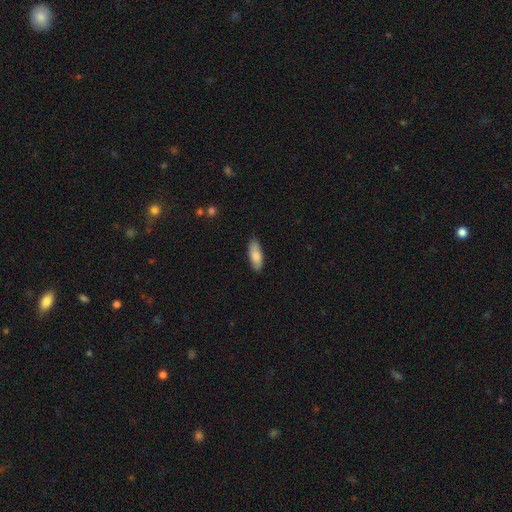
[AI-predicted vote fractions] A smooth galaxy with no disk features (80%) that is in between round and cigar-shaped (73%).

Vote fractions:
- Smooth or featured? smooth: 80% / featured or disk: 14% / star or artifact: 6%
- How rounded? in between: 73% / cigar-shaped: 25% / round: 2%
- Merging? none: 84% / minor disturbance: 13% / major disturbance: 2% / merger: 1%